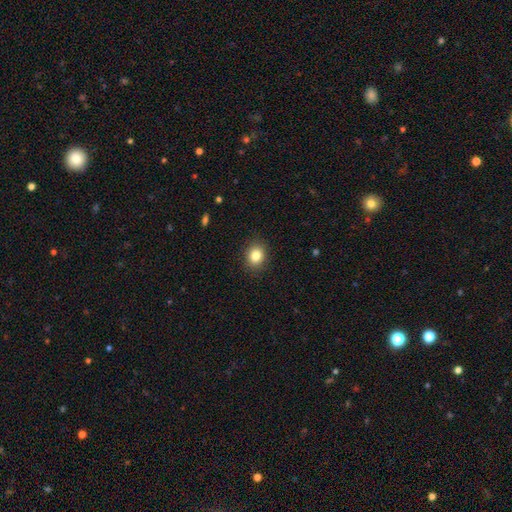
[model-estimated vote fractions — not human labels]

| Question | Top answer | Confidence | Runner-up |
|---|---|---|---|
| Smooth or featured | smooth | 83% | star or artifact (10%) |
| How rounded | round | 55% | in between (44%) |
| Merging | none | 89% | minor disturbance (8%) |